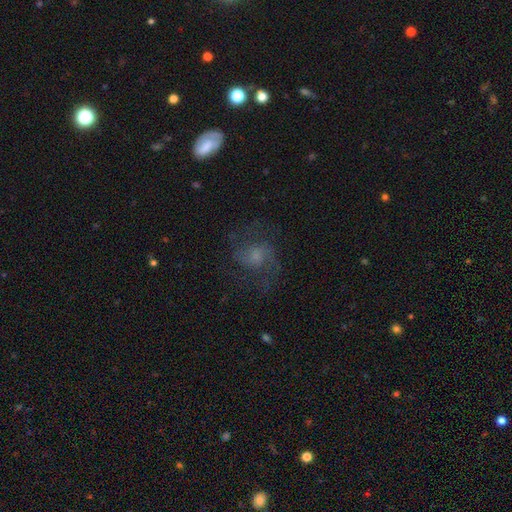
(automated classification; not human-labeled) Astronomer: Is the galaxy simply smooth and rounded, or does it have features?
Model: featured or disk — 66%.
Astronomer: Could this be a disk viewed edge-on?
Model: no — 98%.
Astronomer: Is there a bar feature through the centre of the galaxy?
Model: no — 62%.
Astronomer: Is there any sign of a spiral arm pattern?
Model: yes — 90%.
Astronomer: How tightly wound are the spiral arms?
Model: medium — 51% (runner-up: loose, 36%).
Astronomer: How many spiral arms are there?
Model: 2 — 74%.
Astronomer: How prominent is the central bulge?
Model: small — 39% (runner-up: moderate, 33%).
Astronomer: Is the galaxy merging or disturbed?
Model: none — 64%.